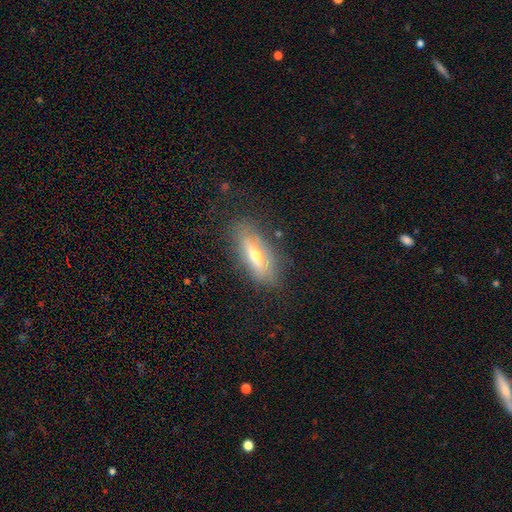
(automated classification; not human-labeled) This is possibly a smooth galaxy (47%). Merging: likely none (74%).